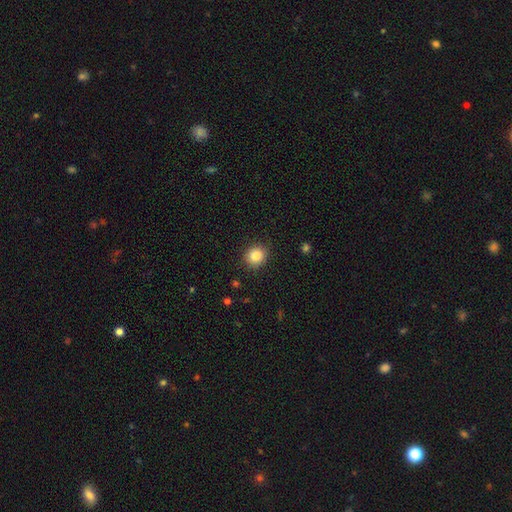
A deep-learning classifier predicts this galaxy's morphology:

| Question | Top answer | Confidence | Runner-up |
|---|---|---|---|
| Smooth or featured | smooth | 85% | star or artifact (10%) |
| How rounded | round | 75% | in between (24%) |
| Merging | none | 88% | minor disturbance (9%) |